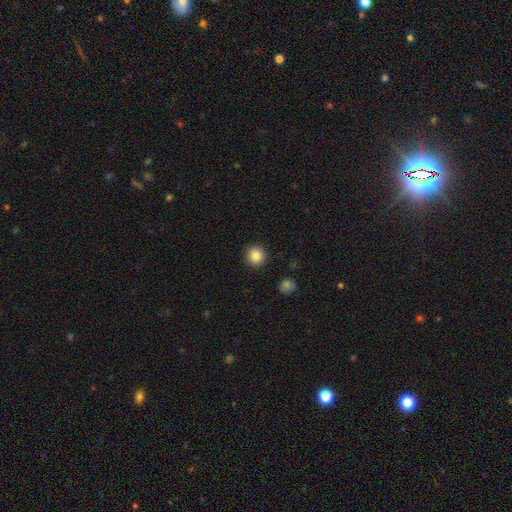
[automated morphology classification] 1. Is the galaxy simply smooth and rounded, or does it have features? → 87% smooth, 9% star or artifact, 4% featured or disk.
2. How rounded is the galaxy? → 93% round, 6% in between, 1% cigar-shaped.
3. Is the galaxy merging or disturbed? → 92% none, 5% minor disturbance, 2% major disturbance, 1% merger.